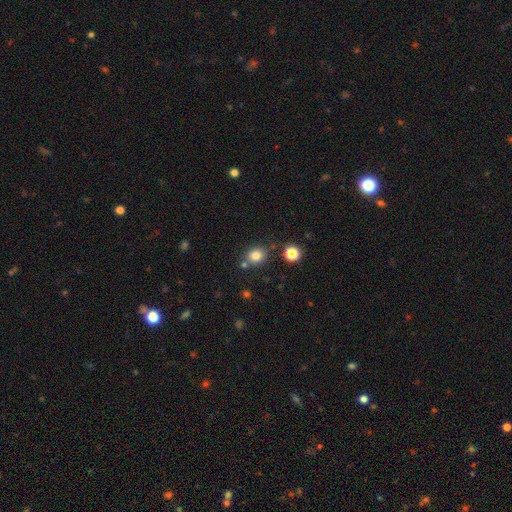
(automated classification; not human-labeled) Q: Smooth or featured?
A: smooth (81%); runner-up: star or artifact (12%)
Q: How rounded?
A: round (65%); runner-up: in between (34%)
Q: Merging?
A: none (77%); runner-up: minor disturbance (11%)